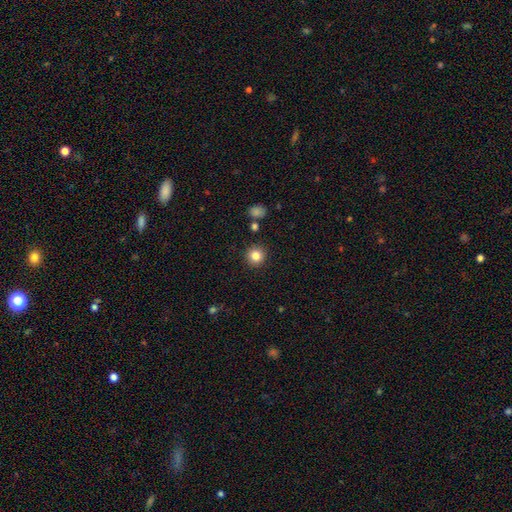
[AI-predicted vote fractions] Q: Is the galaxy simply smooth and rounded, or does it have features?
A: smooth — 83%.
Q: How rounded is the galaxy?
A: round — 94%.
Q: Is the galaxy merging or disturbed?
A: none — 90%.